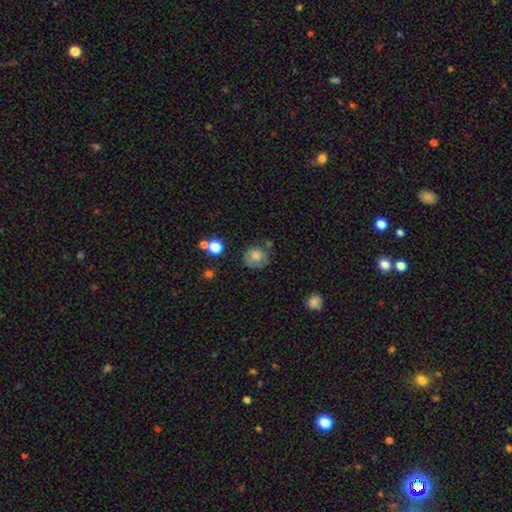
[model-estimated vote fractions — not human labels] This appears to be a smooth galaxy with no disk features (72%) that is round (83%). Merging: none (66%).